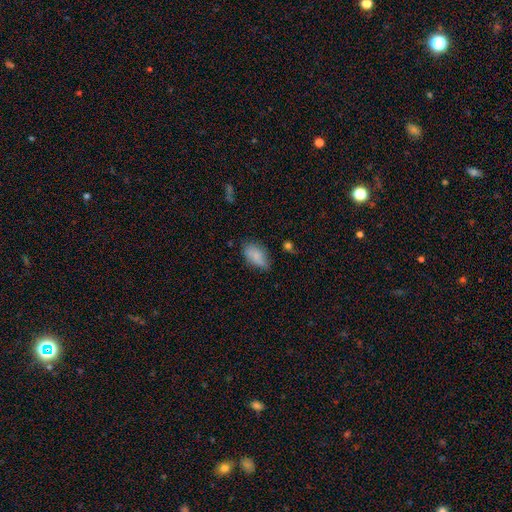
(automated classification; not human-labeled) Smooth or featured? smooth (79%)
How rounded? in between (91%)
Merging? none (61%)